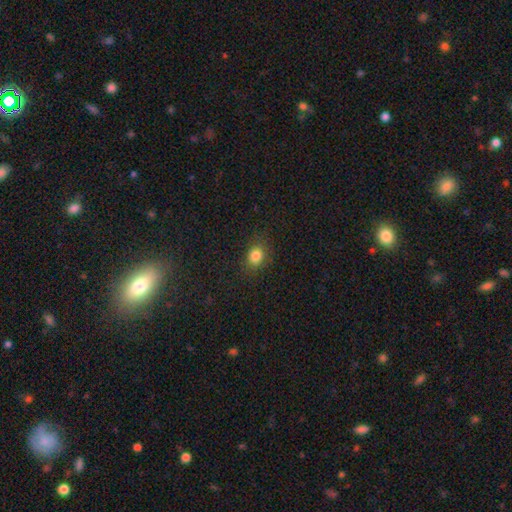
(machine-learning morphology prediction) This is clearly a smooth galaxy (83%). How rounded: possibly round (53%). Merging: clearly none (84%).